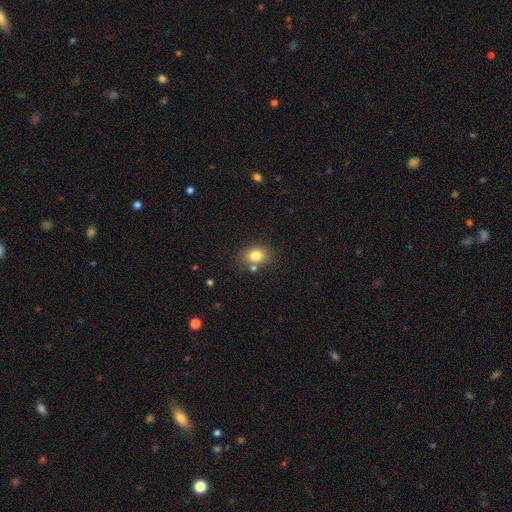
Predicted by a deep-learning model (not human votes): Morphology: type=smooth (80%); roundness=in between (50%); merging=none (72%).